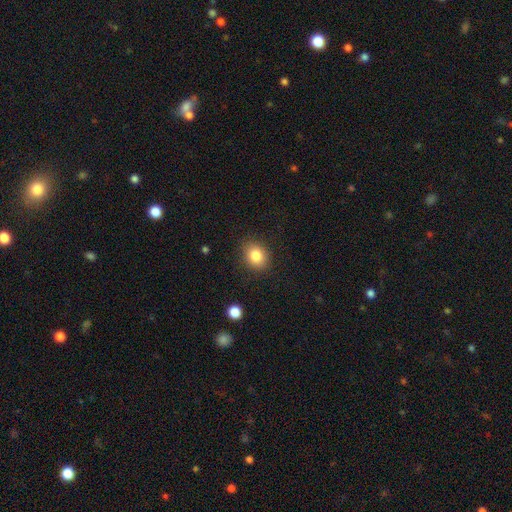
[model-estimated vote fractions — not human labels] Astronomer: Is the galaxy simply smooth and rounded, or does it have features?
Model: smooth — 83%.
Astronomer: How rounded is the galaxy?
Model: round — 60% (runner-up: in between, 39%).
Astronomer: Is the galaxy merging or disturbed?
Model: none — 87%.